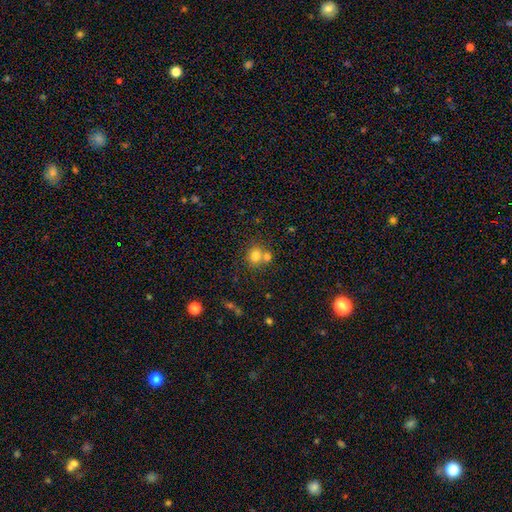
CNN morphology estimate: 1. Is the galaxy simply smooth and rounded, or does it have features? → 77% smooth, 13% star or artifact, 11% featured or disk.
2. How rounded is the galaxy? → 73% round, 26% in between, 1% cigar-shaped.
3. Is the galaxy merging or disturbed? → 48% none, 41% merger, 8% minor disturbance, 3% major disturbance.